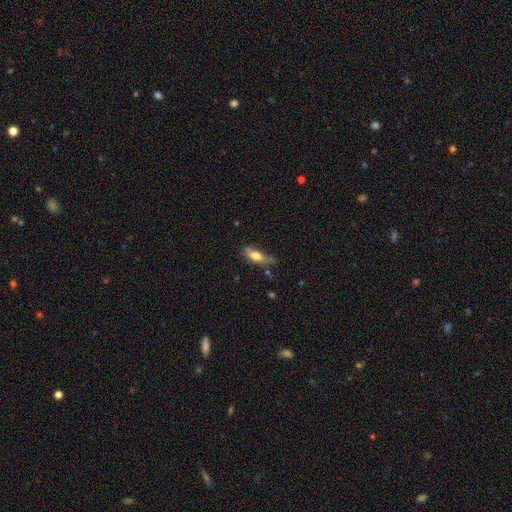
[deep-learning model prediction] This is likely a smooth galaxy (64%). How rounded: likely in between (60%). Merging: marginally none (43%).